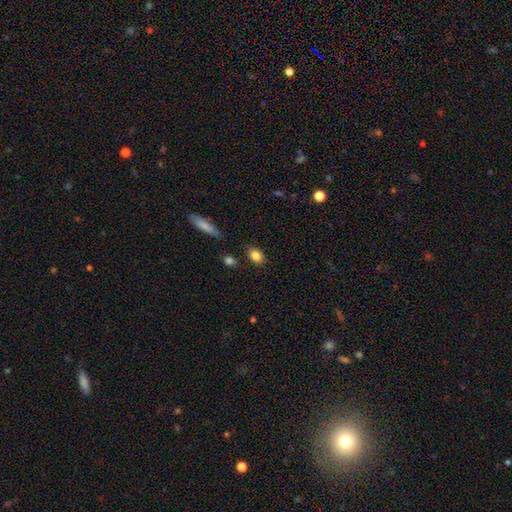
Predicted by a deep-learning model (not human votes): Morphology: type=smooth (83%); roundness=in between (71%); merging=none (81%).